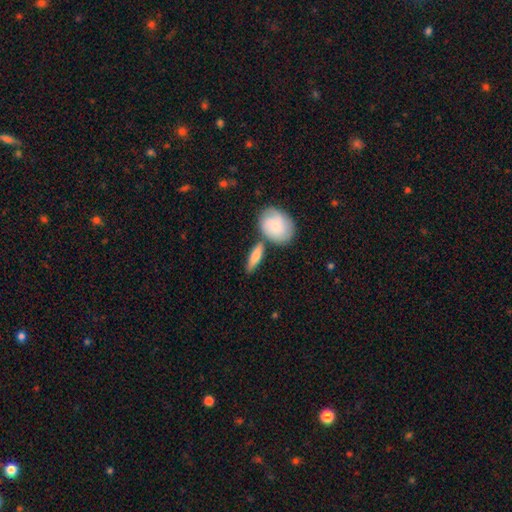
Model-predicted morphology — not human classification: This appears to be a smooth galaxy with no disk features (67%) that is in between round and cigar-shaped (54%). Merging: none (62%).